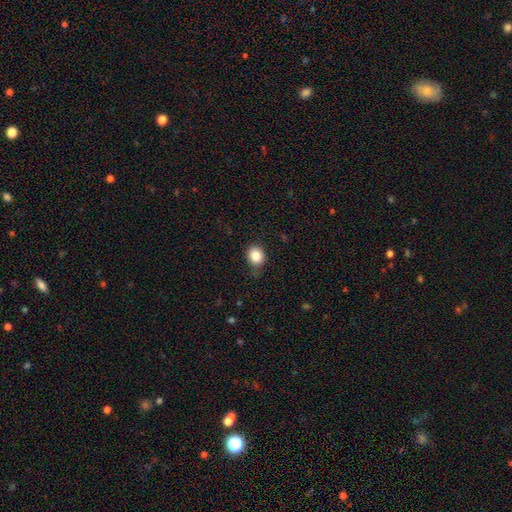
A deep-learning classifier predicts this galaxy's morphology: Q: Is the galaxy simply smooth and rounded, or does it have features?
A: smooth — 85%.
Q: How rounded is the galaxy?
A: round — 66%.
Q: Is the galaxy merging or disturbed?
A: none — 79%.